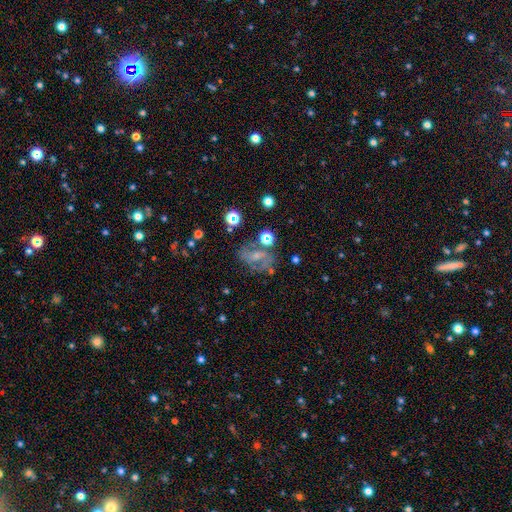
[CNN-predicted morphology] This appears to be a featured or disk galaxy (59%) with a weak bar (44%), spiral arms (81%) and a small central bulge (59%). Merging: none (58%).